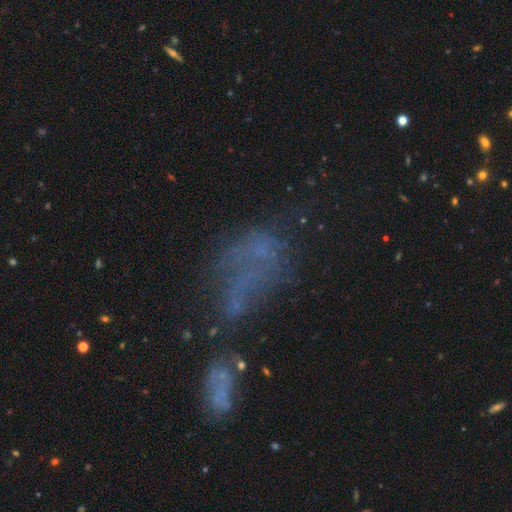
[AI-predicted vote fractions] Overall: featured or disk (37%; smooth 32%). Merging: major disturbance (33%; merger 30%).